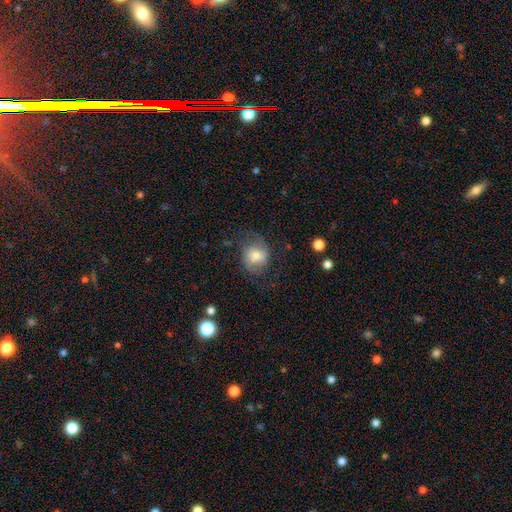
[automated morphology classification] A smooth galaxy with no disk features (51%) that is round (64%).

Vote fractions:
- Smooth or featured? smooth: 51% / featured or disk: 41% / star or artifact: 9%
- How rounded? round: 64% / in between: 35% / cigar-shaped: 1%
- Merging? none: 60% / minor disturbance: 22% / major disturbance: 16% / merger: 2%